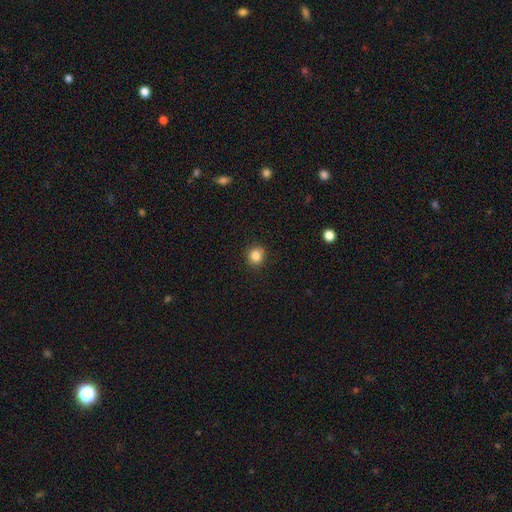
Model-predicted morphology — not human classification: Smooth or featured: smooth — 84% (star or artifact — 11%)
How rounded: round — 88% (in between — 11%)
Merging: none — 90% (minor disturbance — 7%)